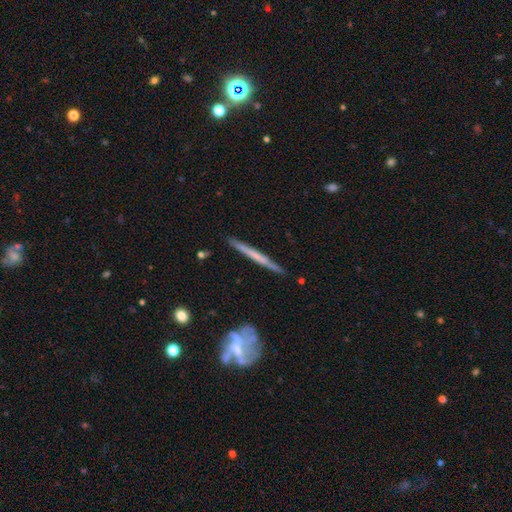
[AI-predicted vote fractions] featured or disk 57%, smooth 37%, star or artifact 6%. Down the decision tree: edge-on disk — yes (95%); edge-on bulge — none (82%); merging — none (86%).